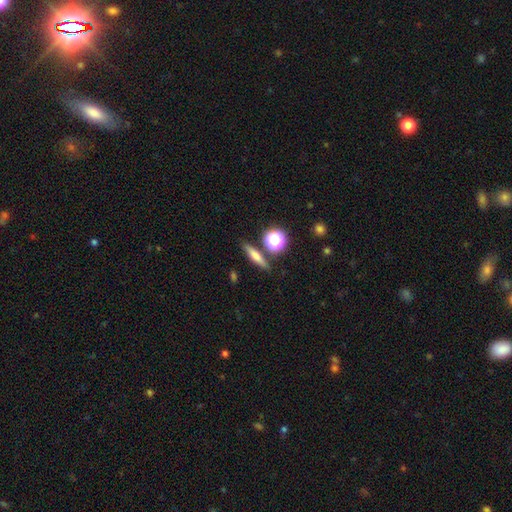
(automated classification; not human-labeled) A smooth galaxy with no disk features (60%) that is cigar-shaped (66%). Merging: none (82%).